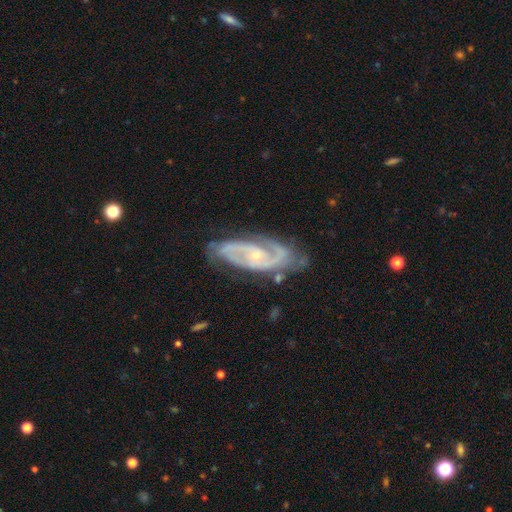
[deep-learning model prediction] Smooth or featured: featured or disk — 90% (smooth — 5%)
Edge-on disk: no — 95% (yes — 5%)
Bar: no — 59% (weak — 31%)
Spiral arms: yes — 97% (no — 3%)
Spiral winding: tight — 48% (medium — 43%)
Spiral arm count: 2 — 73% (3 — 11%)
Bulge size: small — 71% (moderate — 26%)
Merging: none — 69% (minor disturbance — 21%)